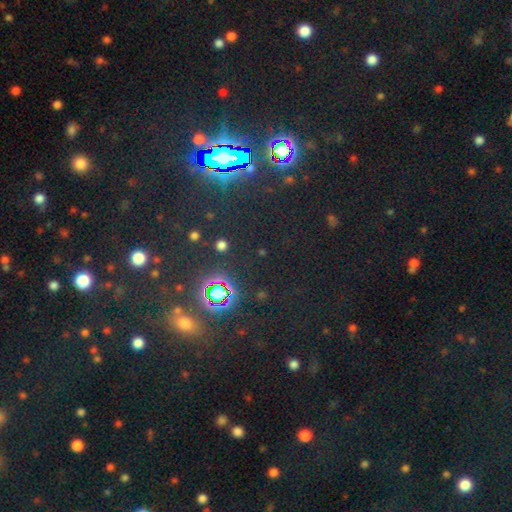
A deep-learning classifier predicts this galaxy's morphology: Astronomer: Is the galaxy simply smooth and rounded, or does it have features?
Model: star or artifact — 73%.